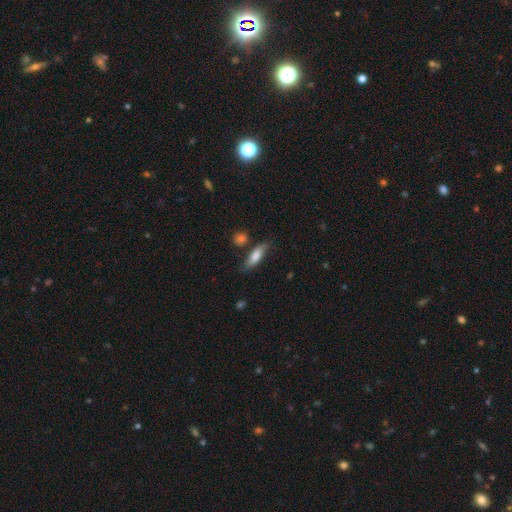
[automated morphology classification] Smooth or featured: smooth — 73% (featured or disk — 20%)
How rounded: in between — 52% (cigar-shaped — 45%)
Merging: none — 71% (minor disturbance — 19%)